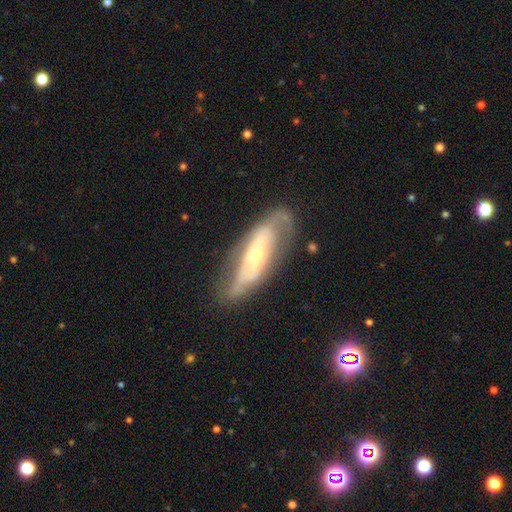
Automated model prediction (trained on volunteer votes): smooth-or-featured: featured or disk: 70% | smooth: 23% | star or artifact: 6%
  disk-edge-on: no: 77% | yes: 23%
    bar: no: 61% | weak: 22% | strong: 17%
    has-spiral-arms: yes: 60% | no: 40%
    bulge-size: small: 62% | moderate: 32% | large: 3% | none: 1% | dominant: 1%
  merging: none: 63% | minor disturbance: 22% | major disturbance: 12% | merger: 2%